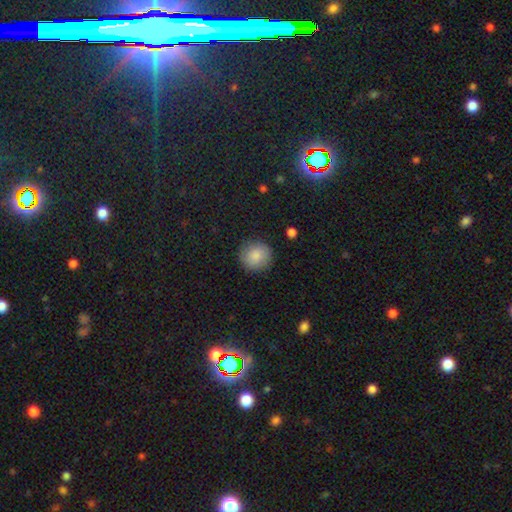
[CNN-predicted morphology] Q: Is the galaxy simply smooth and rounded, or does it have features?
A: smooth — 86%.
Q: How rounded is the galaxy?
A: round — 91%.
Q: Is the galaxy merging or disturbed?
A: none — 88%.